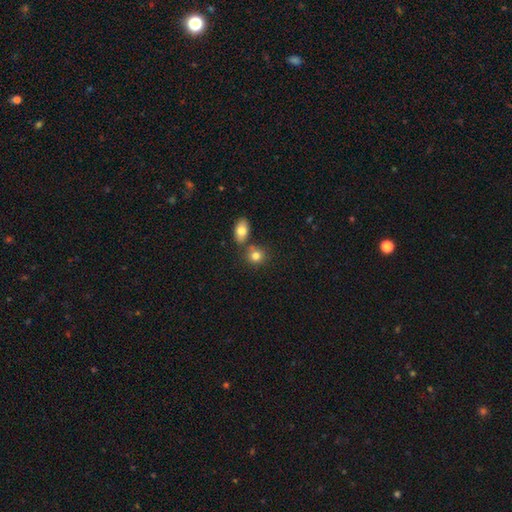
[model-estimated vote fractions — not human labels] Overall: smooth (81%). How rounded: round (68%; in between 30%). Merging: none (63%; merger 23%).